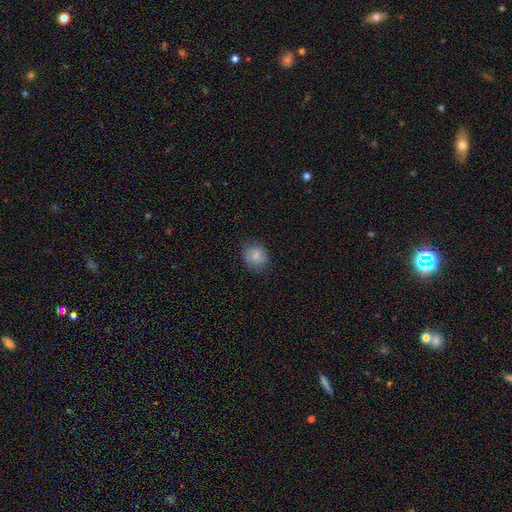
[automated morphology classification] Smooth or featured? Predicted: smooth (p=0.75). How rounded? Predicted: round (p=0.70). Merging? Predicted: none (p=0.79).